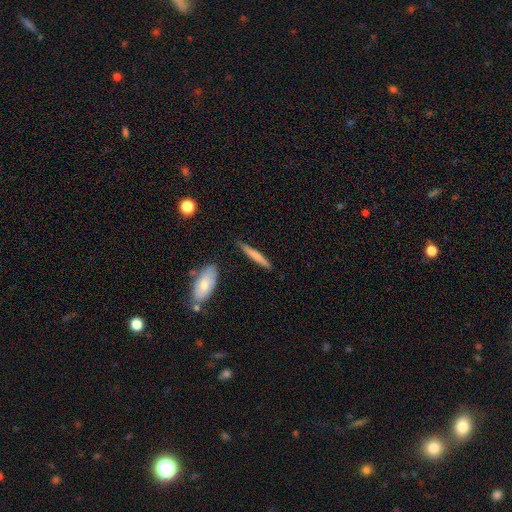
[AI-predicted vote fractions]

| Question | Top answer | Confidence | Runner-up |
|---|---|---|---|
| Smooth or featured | smooth | 66% | featured or disk (29%) |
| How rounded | cigar-shaped | 92% | in between (7%) |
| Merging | none | 85% | minor disturbance (10%) |